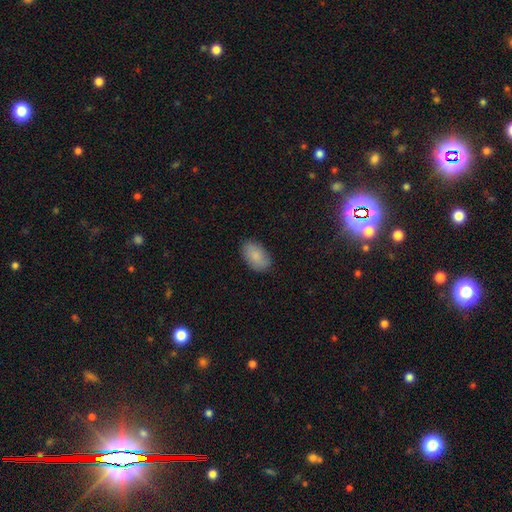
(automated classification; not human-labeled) Smooth or featured? Predicted: smooth (p=0.86). How rounded? Predicted: in between (p=0.93). Merging? Predicted: none (p=0.85).